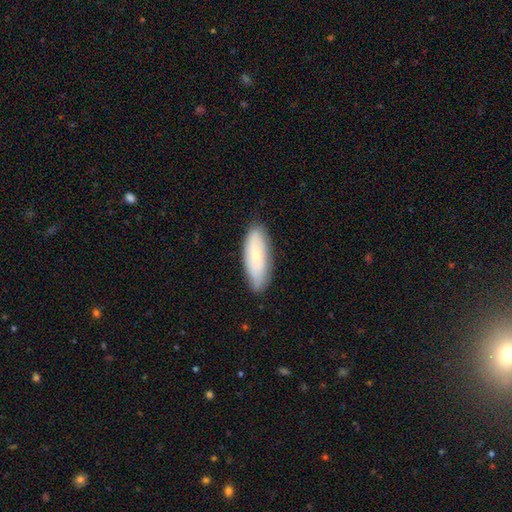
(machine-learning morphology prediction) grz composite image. It shows a smooth galaxy with no disk features (65%) that is in between round and cigar-shaped (64%). Merging: none (82%).